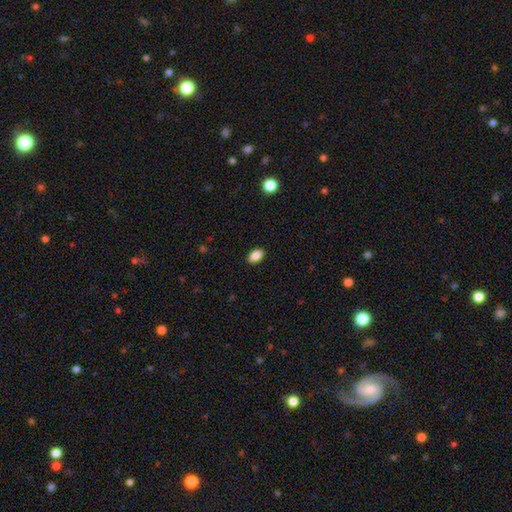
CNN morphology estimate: The model was most divided on "smooth or featured": smooth: 87%, star or artifact: 9%, featured or disk: 4%. More confident: merging — none (89%); how rounded — in between (89%).